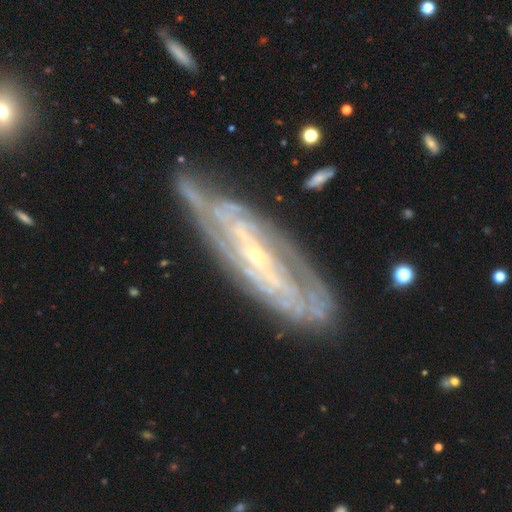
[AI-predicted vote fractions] Smooth or featured: featured or disk — 88% (smooth — 7%)
Edge-on disk: no — 86% (yes — 14%)
Bar: no — 38% (weak — 33%)
Spiral arms: yes — 94% (no — 6%)
Spiral winding: tight — 62% (medium — 31%)
Spiral arm count: 2 — 38% (can't tell — 32%)
Bulge size: small — 82% (moderate — 15%)
Merging: none — 70% (minor disturbance — 20%)